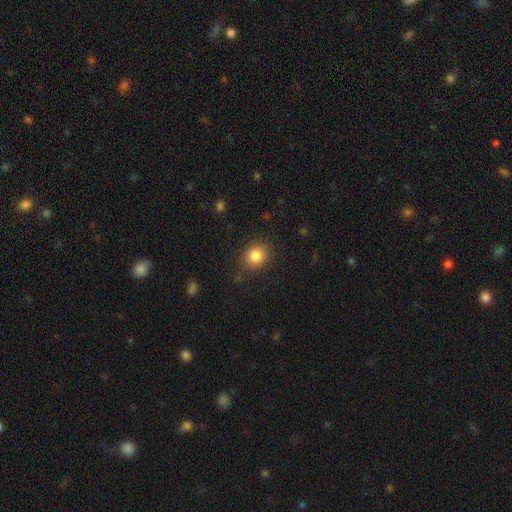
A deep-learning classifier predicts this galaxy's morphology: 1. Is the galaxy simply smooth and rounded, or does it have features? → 84% smooth, 10% star or artifact, 6% featured or disk.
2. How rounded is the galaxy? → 67% round, 32% in between, 1% cigar-shaped.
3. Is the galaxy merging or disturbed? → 79% none, 14% minor disturbance, 4% major disturbance, 2% merger.